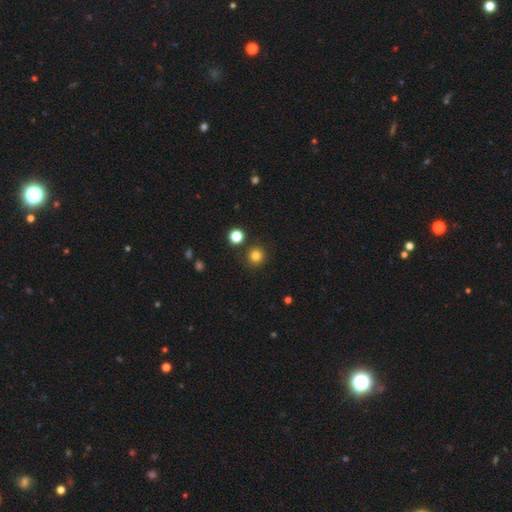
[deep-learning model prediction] Smooth or featured? smooth (82%)
How rounded? round (94%)
Merging? none (88%)